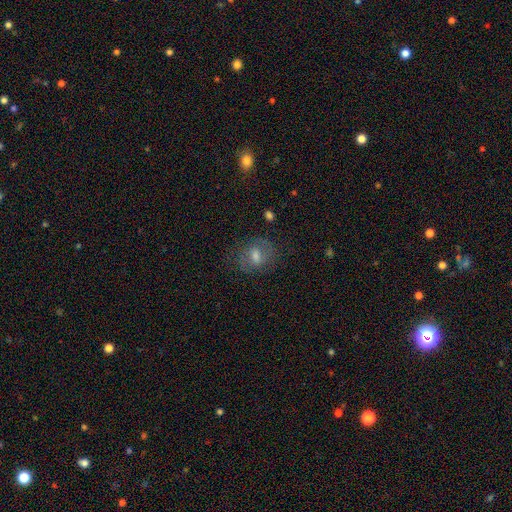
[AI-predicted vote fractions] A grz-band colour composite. It shows a smooth galaxy with no disk features (51%) that is in between round and cigar-shaped (52%). Merging: none (73%).